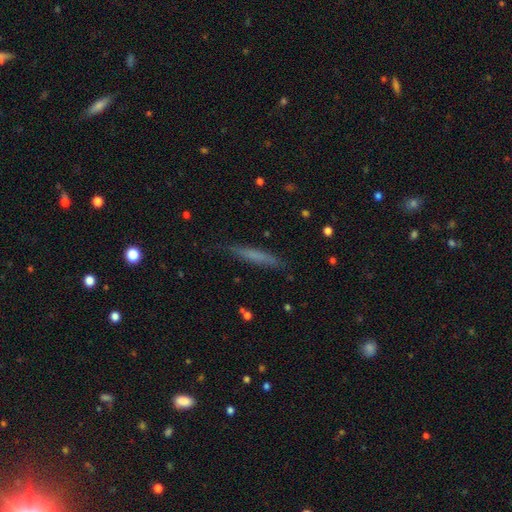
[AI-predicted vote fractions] Overall: smooth (61%; featured or disk 31%). How rounded: cigar-shaped (93%). Merging: none (83%).